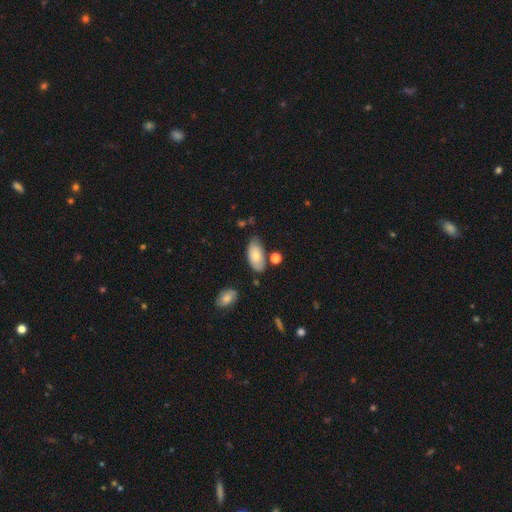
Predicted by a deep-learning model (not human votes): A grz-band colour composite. It shows a smooth galaxy with no disk features (72%) that is in between round and cigar-shaped (93%). Merging: none (70%).